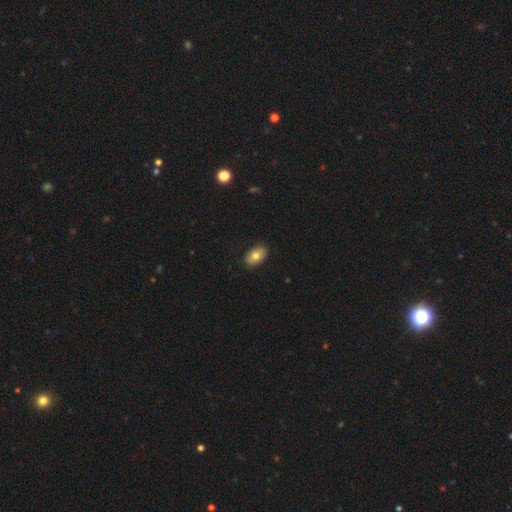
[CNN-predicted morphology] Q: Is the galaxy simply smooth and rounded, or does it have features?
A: smooth — 78%.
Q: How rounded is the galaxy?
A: in between — 90%.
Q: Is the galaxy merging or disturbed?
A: none — 88%.